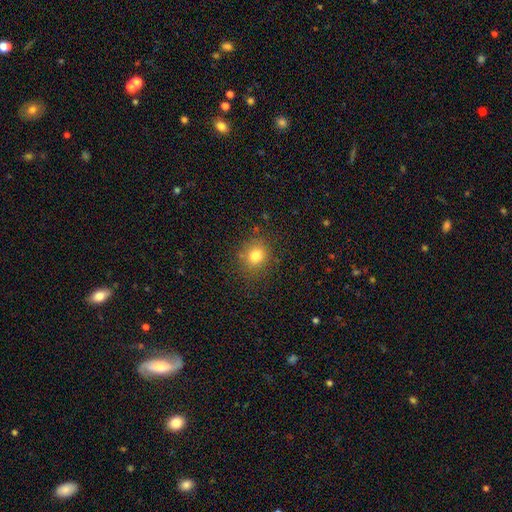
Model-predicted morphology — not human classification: Smooth or featured?
  - smooth: 79% *
  - star or artifact: 14%
  - featured or disk: 7%
How rounded?
  - round: 72% *
  - in between: 27%
  - cigar-shaped: 1%
Merging?
  - none: 83% *
  - minor disturbance: 11%
  - major disturbance: 4%
  - merger: 2%